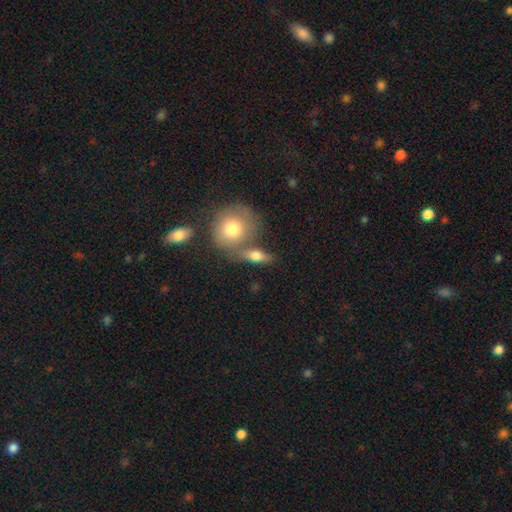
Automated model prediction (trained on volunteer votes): Smooth or featured: smooth — 68% (featured or disk — 24%)
How rounded: in between — 55% (round — 26%)
Merging: none — 56% (merger — 25%)